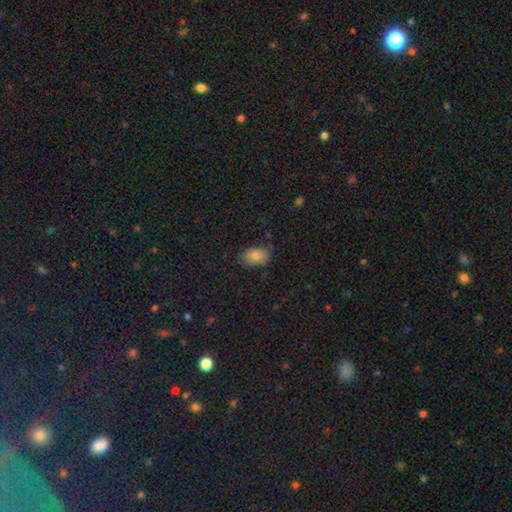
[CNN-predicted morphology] Smooth or featured? Predicted: smooth (p=0.85). How rounded? Predicted: in between (p=0.88). Merging? Predicted: none (p=0.76).